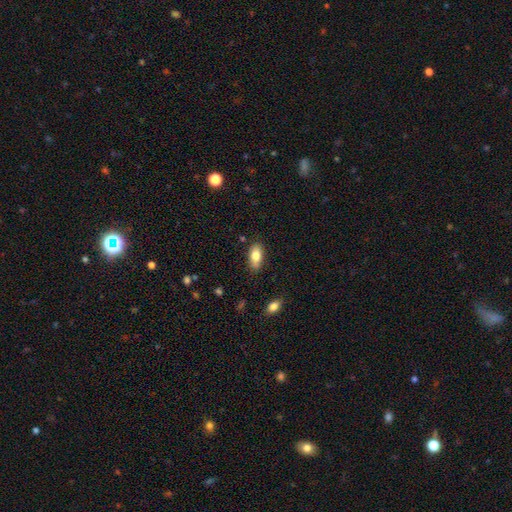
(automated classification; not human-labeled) smooth 81%, featured or disk 11%, star or artifact 7%. Down the decision tree: how rounded — in between (90%); merging — none (82%).